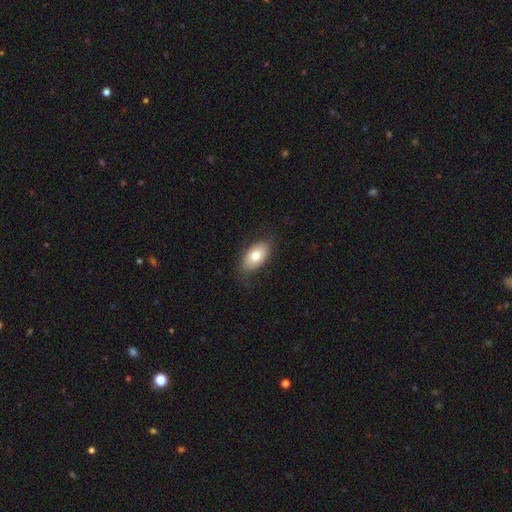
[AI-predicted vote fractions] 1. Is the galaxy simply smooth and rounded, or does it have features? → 75% smooth, 18% featured or disk, 7% star or artifact.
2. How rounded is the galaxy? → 93% in between, 5% round, 2% cigar-shaped.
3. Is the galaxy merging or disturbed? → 81% none, 15% minor disturbance, 4% major disturbance, 1% merger.